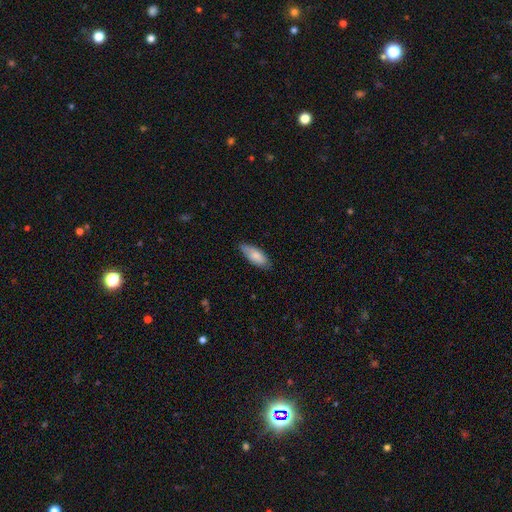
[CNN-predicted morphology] Smooth or featured? Predicted: smooth (p=0.79). How rounded? Predicted: in between (p=0.76). Merging? Predicted: none (p=0.75).